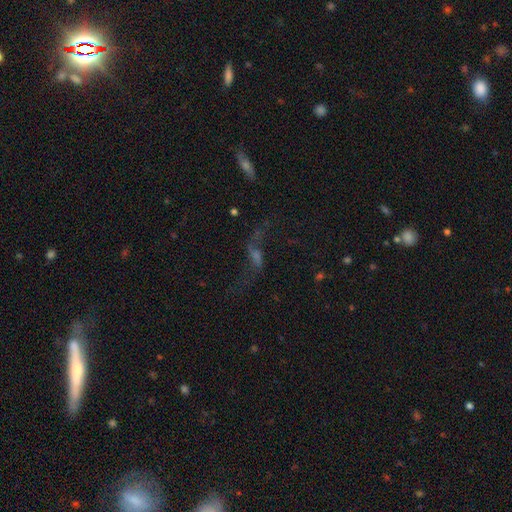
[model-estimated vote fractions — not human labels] Overall: featured or disk (61%). Edge-on disk: no (81%). Merging: none (56%; major disturbance 24%).